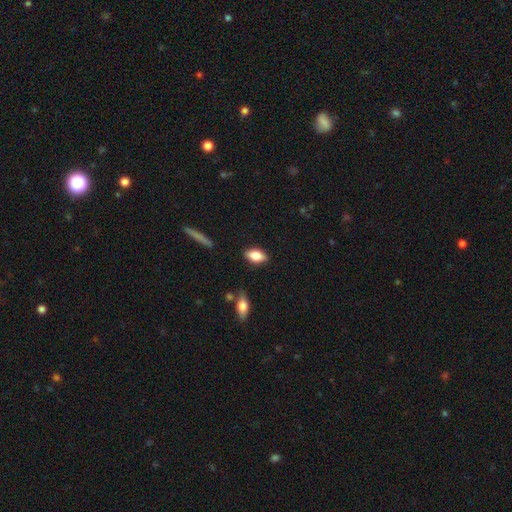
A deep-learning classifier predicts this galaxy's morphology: The model was most divided on "smooth or featured": smooth: 77%, featured or disk: 16%, star or artifact: 7%. More confident: how rounded — in between (87%); merging — none (85%).